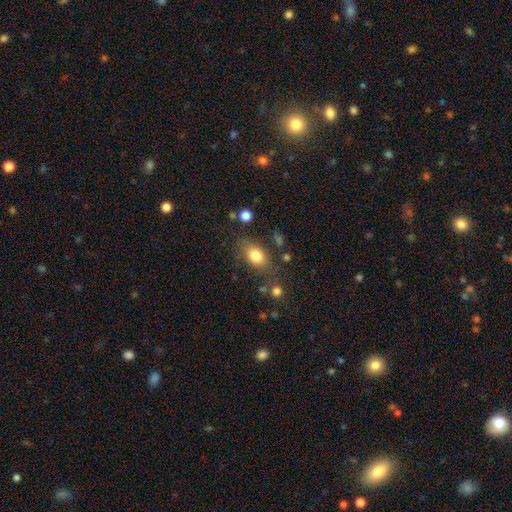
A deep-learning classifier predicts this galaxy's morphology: smooth_or_featured: smooth (p=0.79) [alt: featured or disk p=0.11]
how_rounded: in between (p=0.78) [alt: round p=0.19]
merging: none (p=0.68) [alt: minor disturbance p=0.20]